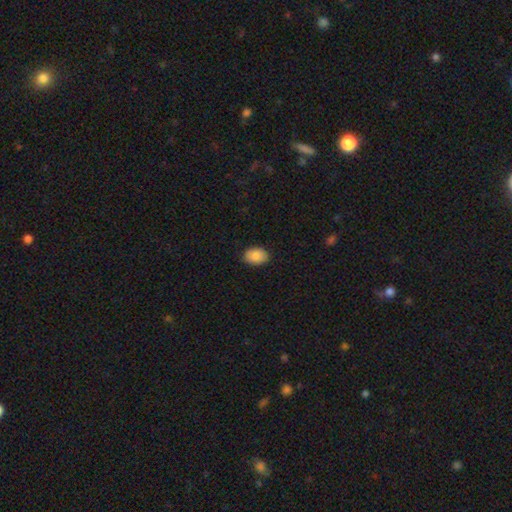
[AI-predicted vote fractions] Morphology: type=smooth (87%); roundness=in between (81%); merging=none (87%).